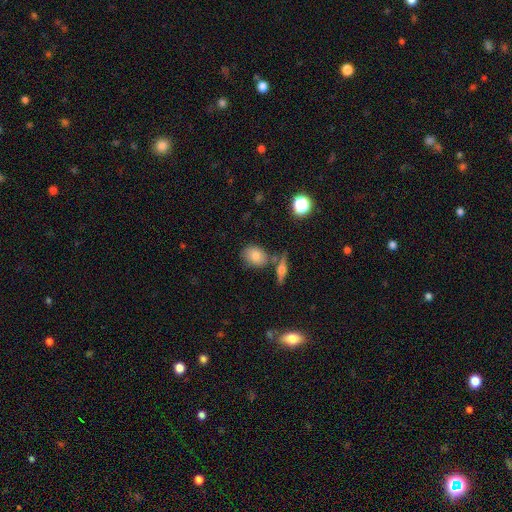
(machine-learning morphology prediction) This is likely a smooth galaxy (76%). How rounded: likely in between (61%). Merging: likely none (66%).